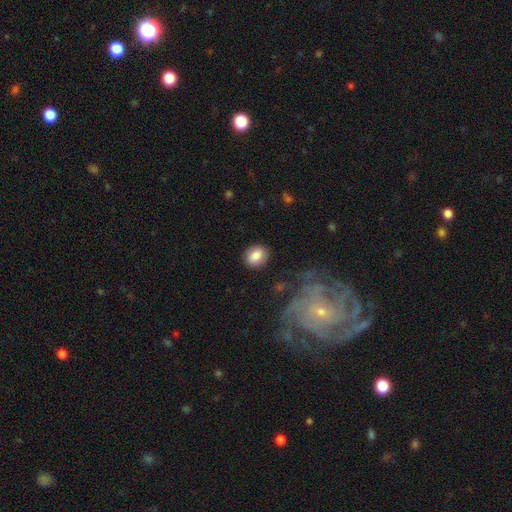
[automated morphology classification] Smooth or featured? Predicted: smooth (p=0.83). How rounded? Predicted: in between (p=0.50). Merging? Predicted: none (p=0.85).